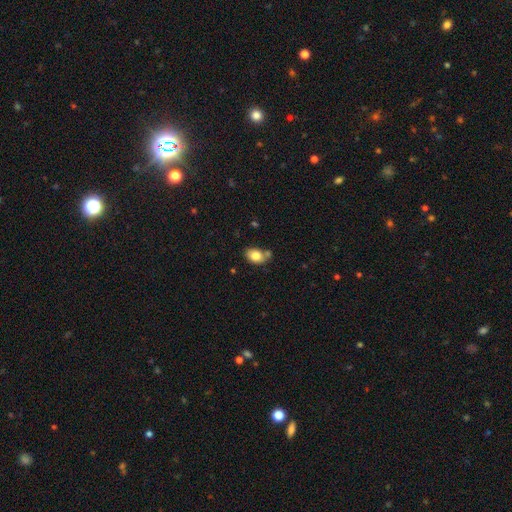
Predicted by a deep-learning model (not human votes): Smooth or featured: smooth — 82% (featured or disk — 10%)
How rounded: in between — 81% (round — 17%)
Merging: none — 60% (merger — 18%)